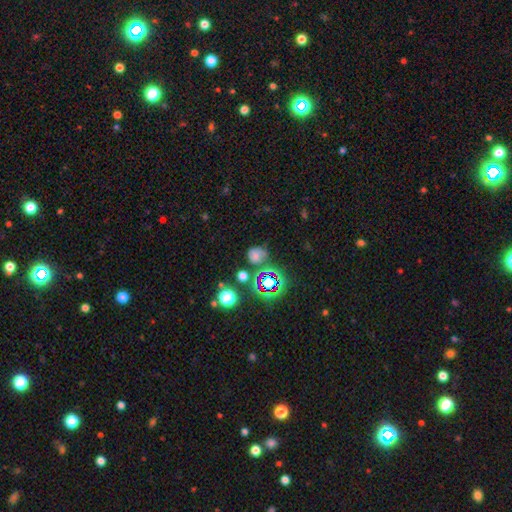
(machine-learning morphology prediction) Smooth or featured: smooth — 55% (star or artifact — 31%)
How rounded: round — 78% (in between — 20%)
Merging: none — 56% (minor disturbance — 19%)